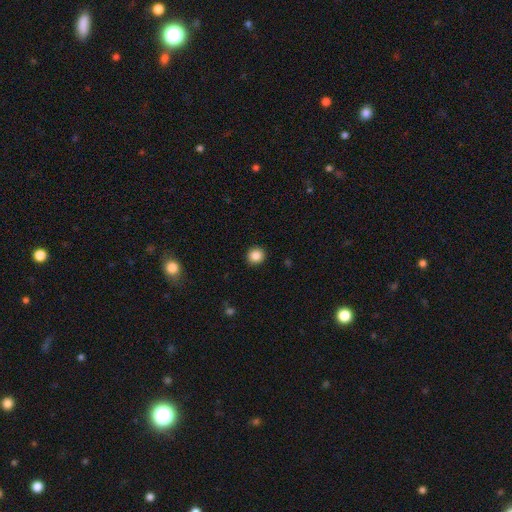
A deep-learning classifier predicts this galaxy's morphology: The model was most divided on "smooth or featured": smooth: 86%, star or artifact: 10%, featured or disk: 4%. More confident: merging — none (92%); how rounded — round (92%).